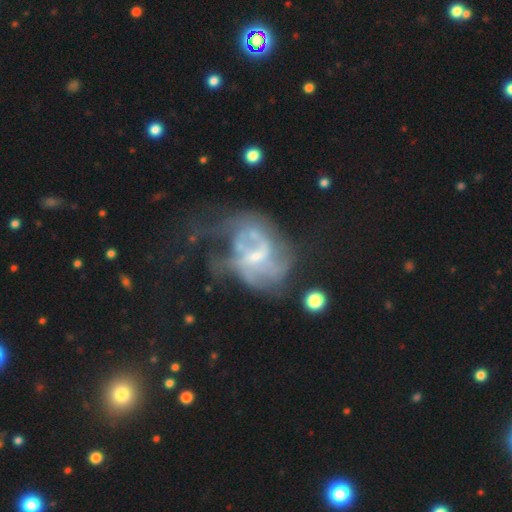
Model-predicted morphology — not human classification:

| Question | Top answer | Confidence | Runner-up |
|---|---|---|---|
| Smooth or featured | featured or disk | 77% | smooth (13%) |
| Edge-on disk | no | 98% | yes (2%) |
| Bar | no | 46% | weak (42%) |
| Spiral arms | yes | 72% | no (28%) |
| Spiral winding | medium | 42% | loose (35%) |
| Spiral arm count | can't tell | 39% | 2 (26%) |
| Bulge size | small | 61% | moderate (25%) |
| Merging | major disturbance | 44% | none (26%) |